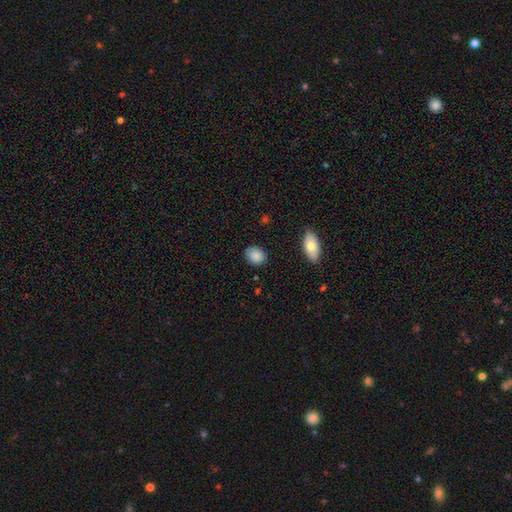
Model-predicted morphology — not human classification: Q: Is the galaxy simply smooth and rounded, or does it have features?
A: smooth — 87%.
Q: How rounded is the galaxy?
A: in between — 58%.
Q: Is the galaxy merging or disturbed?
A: none — 83%.